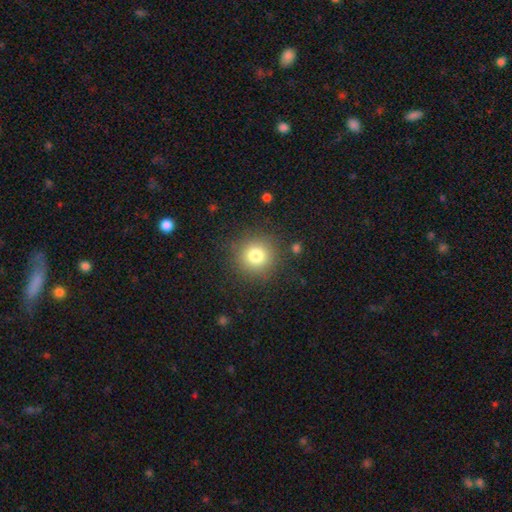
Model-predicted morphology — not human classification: A smooth galaxy with no disk features (79%) that is round (94%). Merging: none (87%).